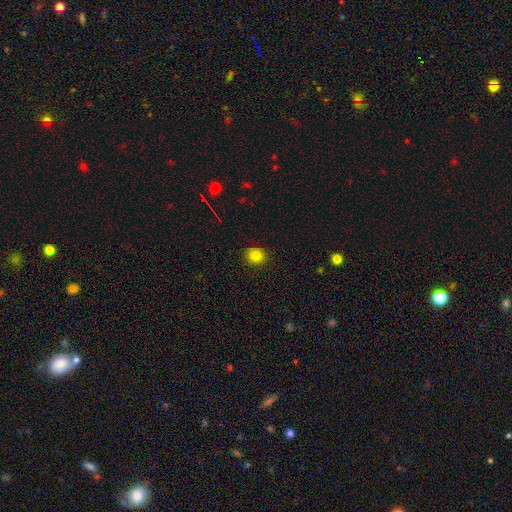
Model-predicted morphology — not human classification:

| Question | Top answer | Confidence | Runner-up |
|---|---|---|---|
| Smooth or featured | smooth | 82% | star or artifact (13%) |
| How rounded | round | 83% | in between (16%) |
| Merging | none | 90% | minor disturbance (7%) |